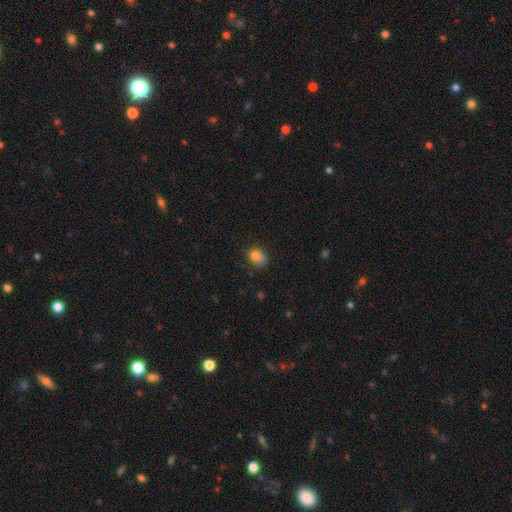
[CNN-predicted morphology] This appears to be a smooth galaxy with no disk features (80%) that is in between round and cigar-shaped (52%). Merging: none (61%).